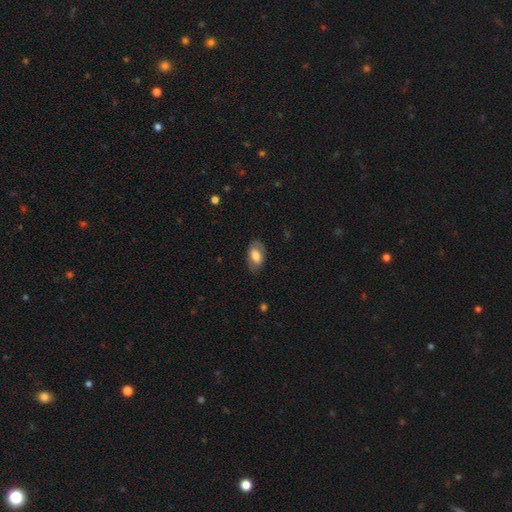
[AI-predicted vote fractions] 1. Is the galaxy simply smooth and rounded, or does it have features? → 67% smooth, 26% featured or disk, 6% star or artifact.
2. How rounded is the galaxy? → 93% in between, 5% round, 2% cigar-shaped.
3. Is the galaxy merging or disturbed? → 75% none, 18% minor disturbance, 6% major disturbance, 1% merger.